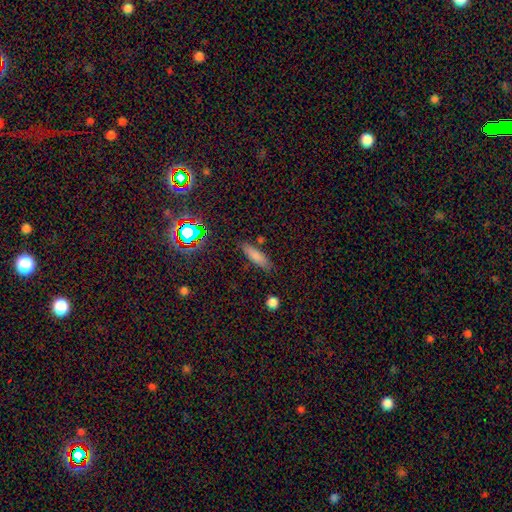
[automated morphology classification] Q: Smooth or featured?
A: smooth (77%); runner-up: star or artifact (12%)
Q: How rounded?
A: cigar-shaped (60%); runner-up: in between (38%)
Q: Merging?
A: none (81%); runner-up: minor disturbance (12%)